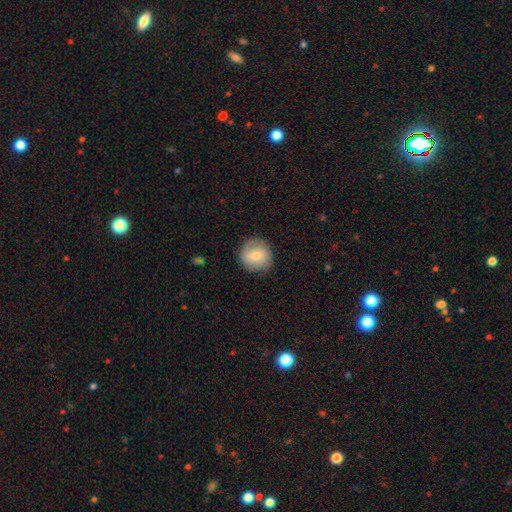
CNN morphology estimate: Smooth or featured?
  - smooth: 65% *
  - featured or disk: 28%
  - star or artifact: 7%
How rounded?
  - round: 91% *
  - in between: 8%
  - cigar-shaped: 1%
Merging?
  - none: 85% *
  - minor disturbance: 11%
  - major disturbance: 3%
  - merger: 1%